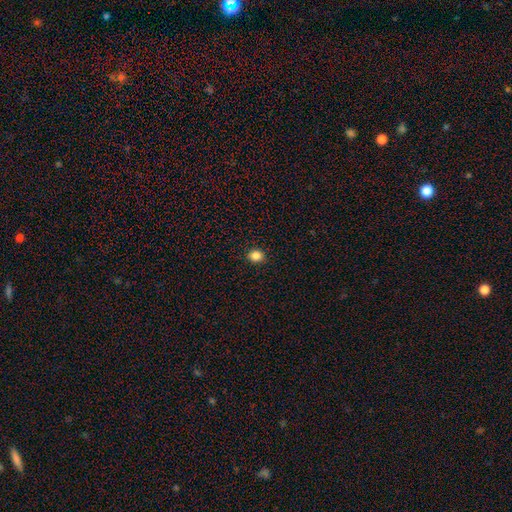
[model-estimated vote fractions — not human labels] This appears to be a smooth galaxy with no disk features (85%) that is round (72%). Merging: none (92%).